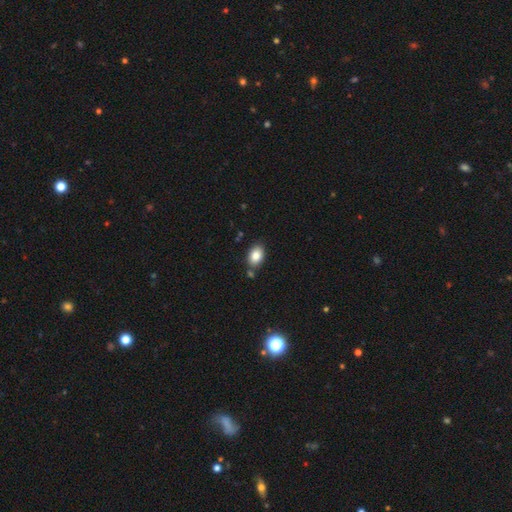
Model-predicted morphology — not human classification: Q: Smooth or featured?
A: smooth (84%); runner-up: star or artifact (8%)
Q: How rounded?
A: in between (85%); runner-up: round (14%)
Q: Merging?
A: none (77%); runner-up: minor disturbance (12%)